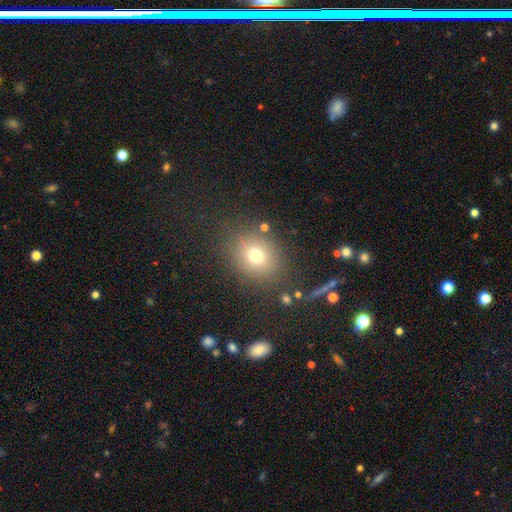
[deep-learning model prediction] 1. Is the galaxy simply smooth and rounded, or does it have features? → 72% smooth, 17% star or artifact, 12% featured or disk.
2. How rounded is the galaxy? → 66% round, 33% in between, 1% cigar-shaped.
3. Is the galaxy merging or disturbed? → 81% none, 10% minor disturbance, 5% major disturbance, 3% merger.